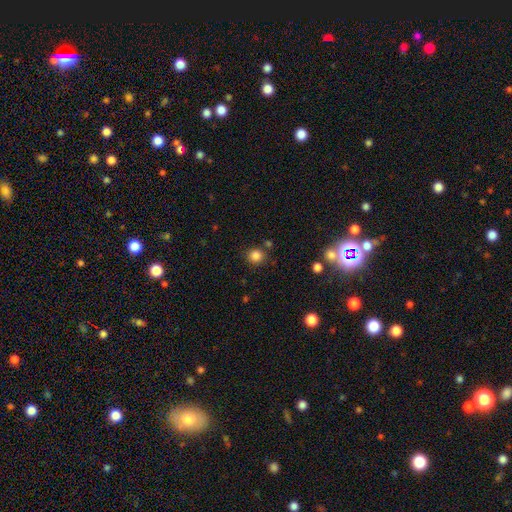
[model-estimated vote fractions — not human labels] Smooth or featured? smooth (84%)
How rounded? round (87%)
Merging? none (82%)